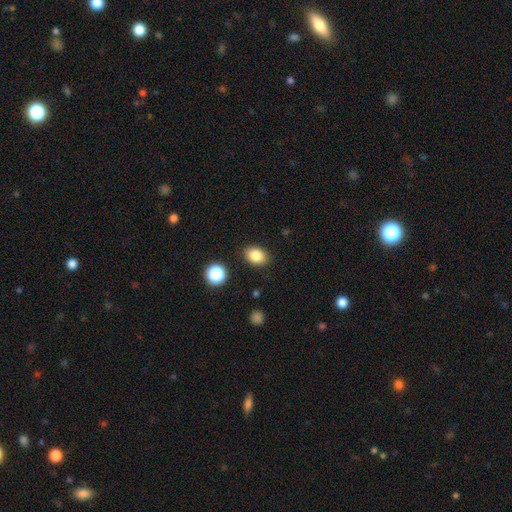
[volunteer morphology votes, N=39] This is clearly a smooth galaxy (85%). How rounded: likely in between (64%). Merging: clearly none (83%).